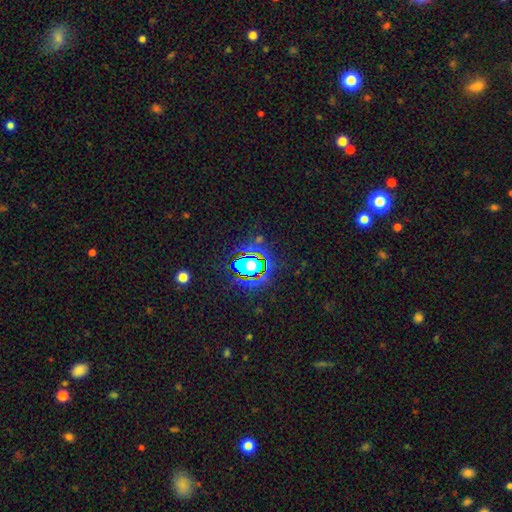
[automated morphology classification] Smooth or featured? star or artifact (82%)